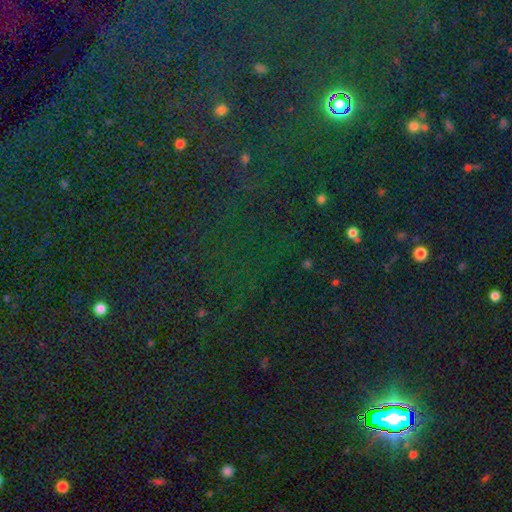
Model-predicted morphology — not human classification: smooth_or_featured: star or artifact (p=0.81) [alt: smooth p=0.12]